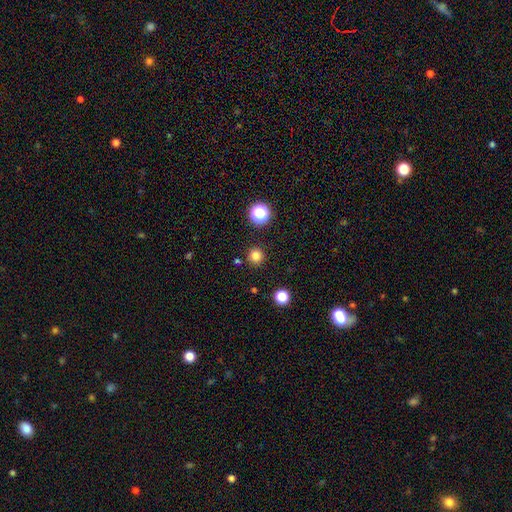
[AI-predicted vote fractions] smooth 81%, star or artifact 15%, featured or disk 4%. Down the decision tree: how rounded — round (95%); merging — none (90%).